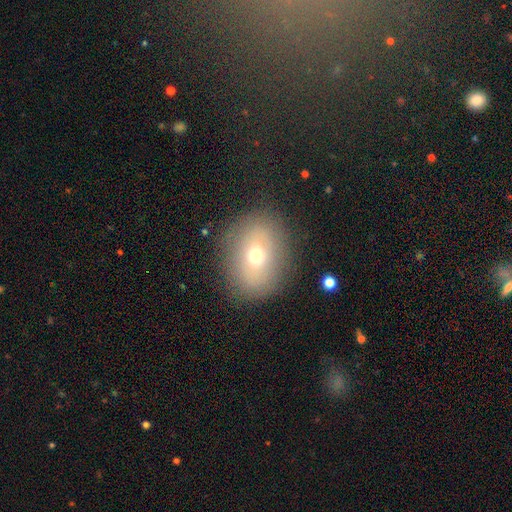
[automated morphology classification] smooth 63%, featured or disk 24%, star or artifact 13%. Down the decision tree: how rounded — in between (62%); merging — none (82%).